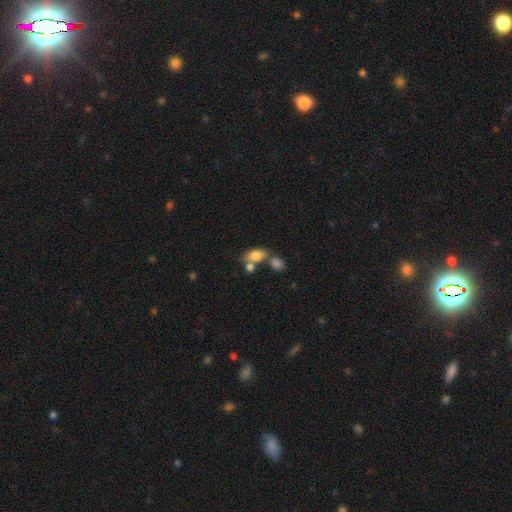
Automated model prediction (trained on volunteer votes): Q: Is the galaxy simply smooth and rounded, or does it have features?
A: smooth — 80%.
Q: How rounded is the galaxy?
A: in between — 87%.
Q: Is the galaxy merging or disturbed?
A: none — 44%.